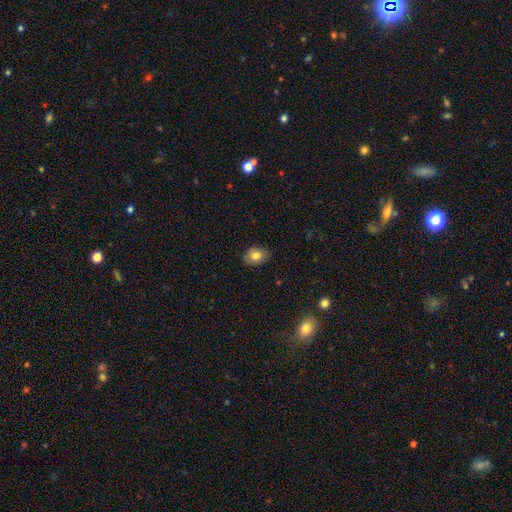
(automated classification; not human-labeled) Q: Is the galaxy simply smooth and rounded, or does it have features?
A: smooth — 80%.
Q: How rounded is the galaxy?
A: in between — 74%.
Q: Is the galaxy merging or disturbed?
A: none — 84%.